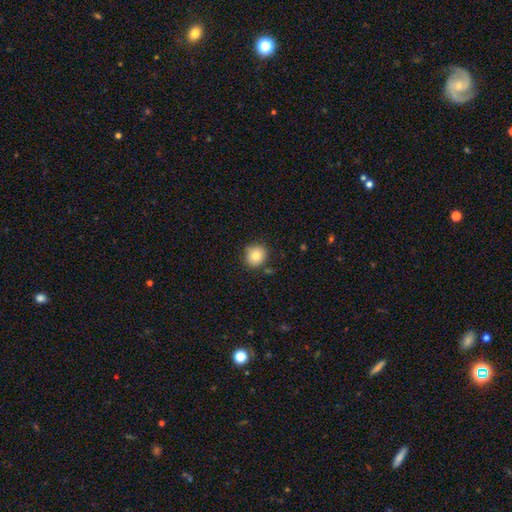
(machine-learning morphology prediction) smooth 83%, star or artifact 10%, featured or disk 8%. Down the decision tree: how rounded — round (84%); merging — none (82%).